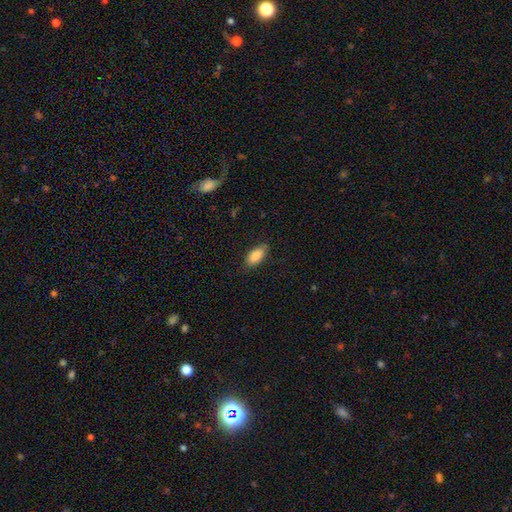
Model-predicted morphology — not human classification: Overall: smooth (86%). How rounded: in between (89%). Merging: none (81%).